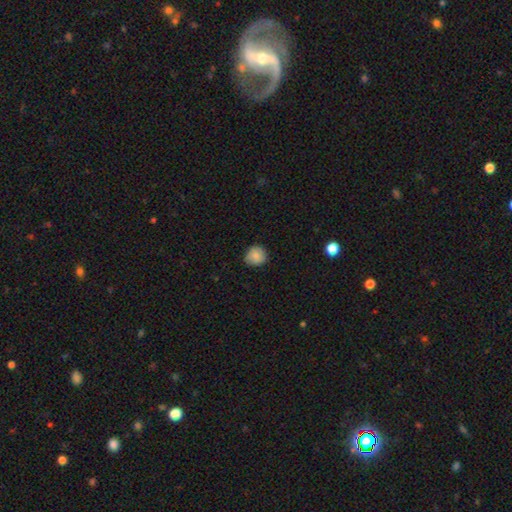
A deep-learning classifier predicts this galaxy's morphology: Q: Smooth or featured?
A: smooth (86%); runner-up: star or artifact (9%)
Q: How rounded?
A: round (88%); runner-up: in between (11%)
Q: Merging?
A: none (84%); runner-up: minor disturbance (13%)